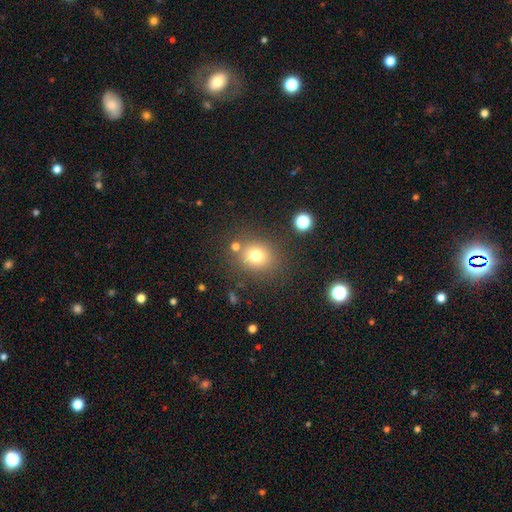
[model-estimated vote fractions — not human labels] The model was most divided on "how rounded": round: 77%, in between: 22%, cigar-shaped: 1%. More confident: merging — none (78%); smooth or featured — smooth (75%).